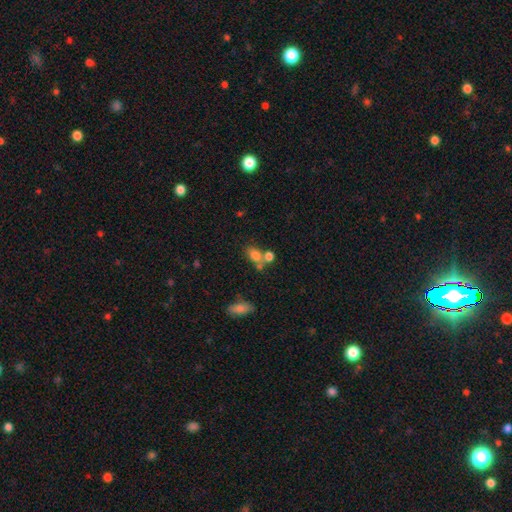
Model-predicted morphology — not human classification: smooth 78%, star or artifact 12%, featured or disk 11%. Down the decision tree: how rounded — in between (76%); merging — merger (41%, tied with none).